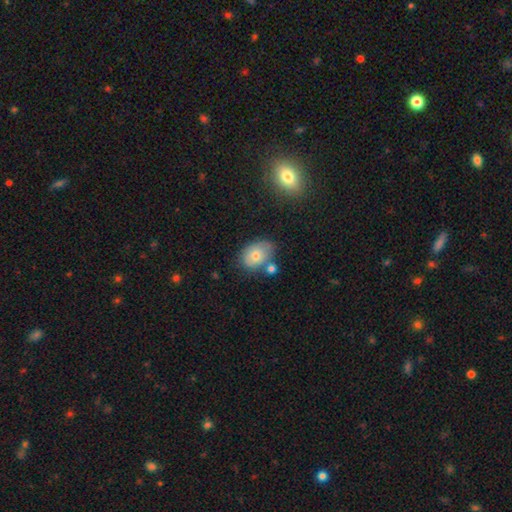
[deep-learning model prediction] Overall: smooth (72%). How rounded: in between (71%). Merging: none (60%).